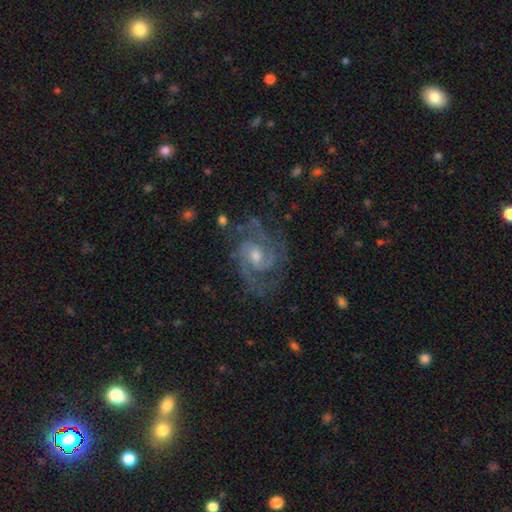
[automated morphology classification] type=featured or disk (89%); edge-on=no (98%); bar=no (47%); spiral arms=yes (98%); winding=medium (52%); arm count=2 (59%); bulge=moderate (56%); merging=none (72%).